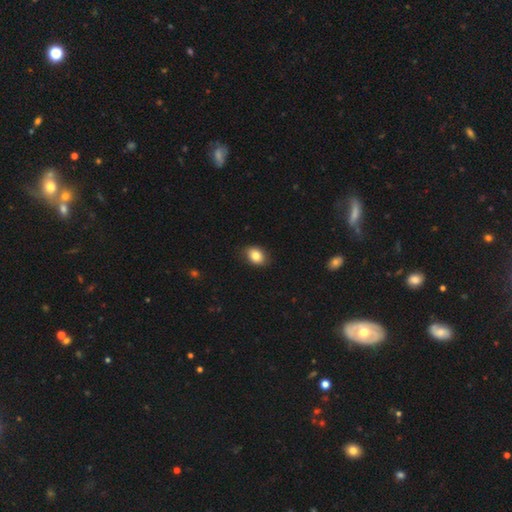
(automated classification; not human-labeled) Morphology: type=smooth (83%); roundness=in between (70%); merging=none (85%).